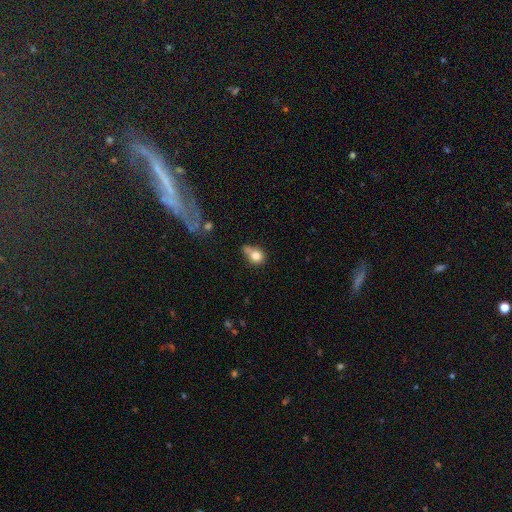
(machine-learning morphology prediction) type=smooth (77%); roundness=round (63%); merging=none (38%).